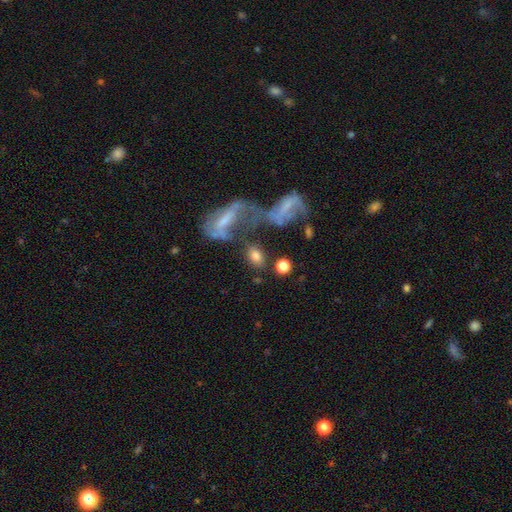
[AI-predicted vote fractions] A smooth galaxy with no disk features (70%) that is in between round and cigar-shaped (78%).

Vote fractions:
- Smooth or featured? smooth: 70% / featured or disk: 19% / star or artifact: 10%
- How rounded? in between: 78% / round: 17% / cigar-shaped: 5%
- Merging? none: 40% / merger: 34% / major disturbance: 13% / minor disturbance: 12%